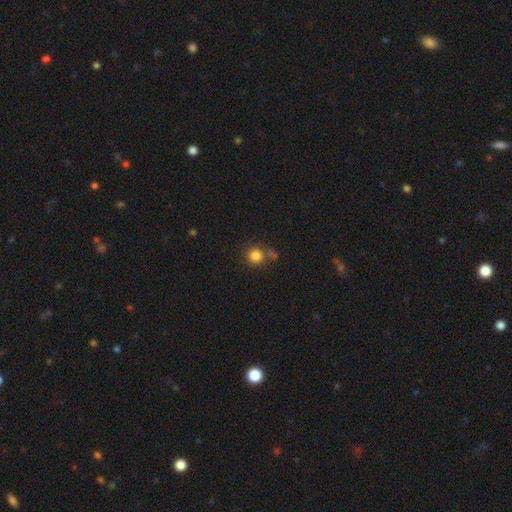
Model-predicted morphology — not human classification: A smooth galaxy with no disk features (83%) that is round (92%).

Vote fractions:
- Smooth or featured? smooth: 83% / star or artifact: 12% / featured or disk: 5%
- How rounded? round: 92% / in between: 7% / cigar-shaped: 1%
- Merging? none: 68% / merger: 14% / minor disturbance: 13% / major disturbance: 5%